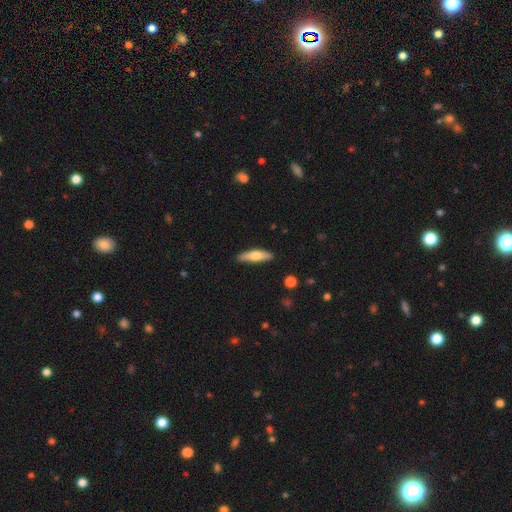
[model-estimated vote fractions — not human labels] This is likely a smooth galaxy (64%). How rounded: likely cigar-shaped (68%). Merging: clearly none (86%).